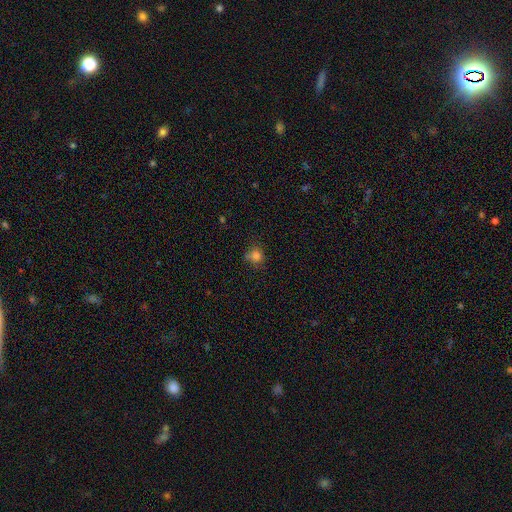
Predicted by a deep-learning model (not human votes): Smooth or featured?
  - smooth: 80% *
  - star or artifact: 13%
  - featured or disk: 7%
How rounded?
  - round: 79% *
  - in between: 20%
  - cigar-shaped: 1%
Merging?
  - none: 62% *
  - minor disturbance: 22%
  - merger: 10%
  - major disturbance: 7%